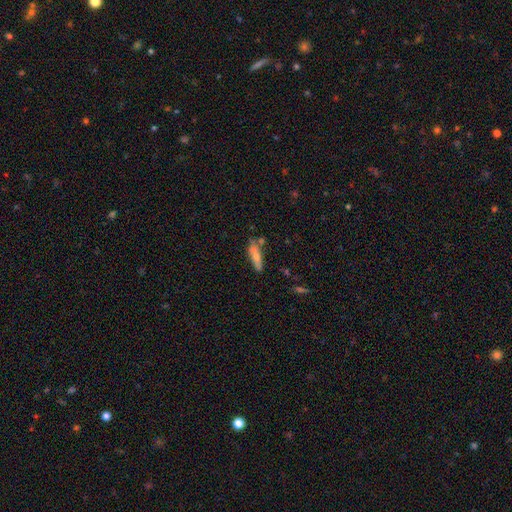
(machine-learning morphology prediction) Smooth or featured? Predicted: smooth (p=0.66). How rounded? Predicted: cigar-shaped (p=0.64). Merging? Predicted: none (p=0.54).